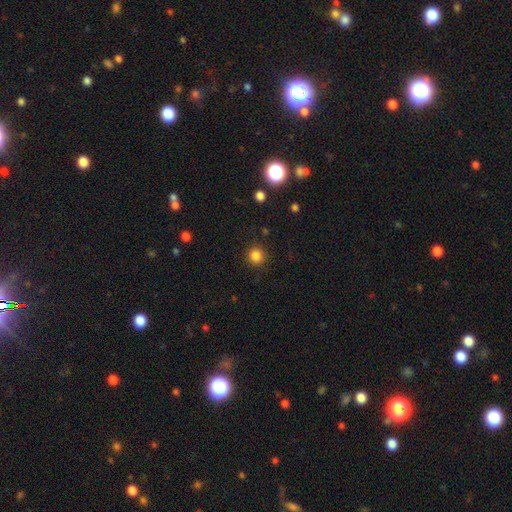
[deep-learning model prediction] smooth_or_featured: smooth (p=0.83) [alt: star or artifact p=0.12]
how_rounded: round (p=0.94) [alt: in between p=0.05]
merging: none (p=0.90) [alt: minor disturbance p=0.06]